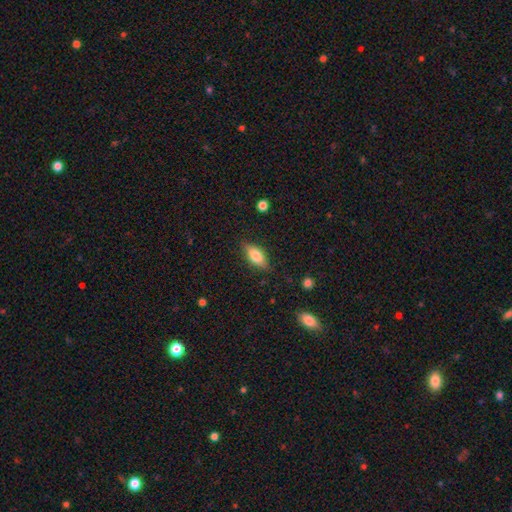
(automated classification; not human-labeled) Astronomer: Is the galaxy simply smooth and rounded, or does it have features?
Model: smooth — 71%.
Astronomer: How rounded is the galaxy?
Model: in between — 79%.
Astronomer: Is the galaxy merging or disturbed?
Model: none — 82%.